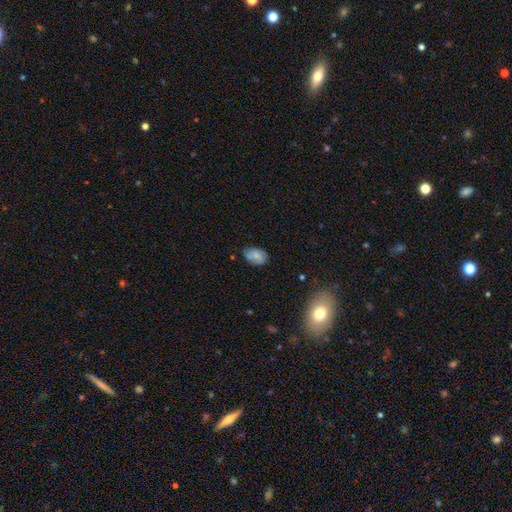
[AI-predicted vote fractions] The model was most divided on "smooth or featured": smooth: 63%, featured or disk: 27%, star or artifact: 10%. More confident: how rounded — in between (86%); merging — none (62%).